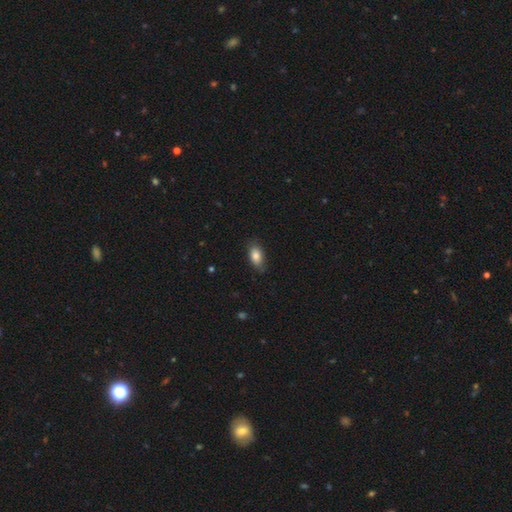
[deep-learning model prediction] Overall: smooth (83%). How rounded: in between (90%). Merging: none (77%).